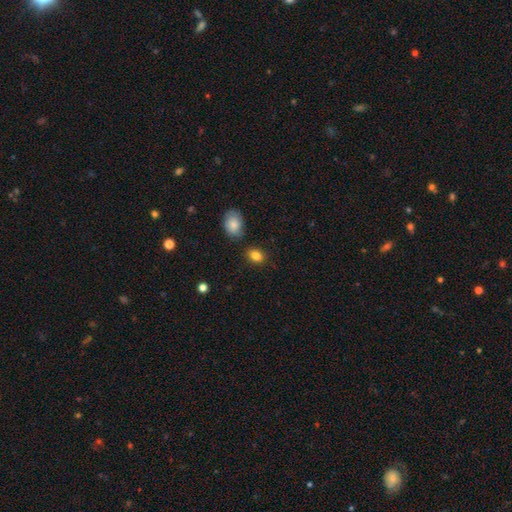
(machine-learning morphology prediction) type=smooth (85%); roundness=in between (72%); merging=none (80%).